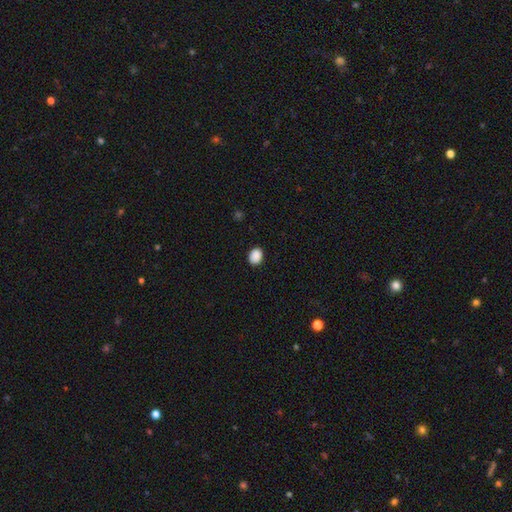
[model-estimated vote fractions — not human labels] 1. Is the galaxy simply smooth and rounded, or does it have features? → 89% smooth, 8% star or artifact, 2% featured or disk.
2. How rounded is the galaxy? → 56% in between, 43% round, 1% cigar-shaped.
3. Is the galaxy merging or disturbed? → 89% none, 8% minor disturbance, 2% major disturbance, 1% merger.